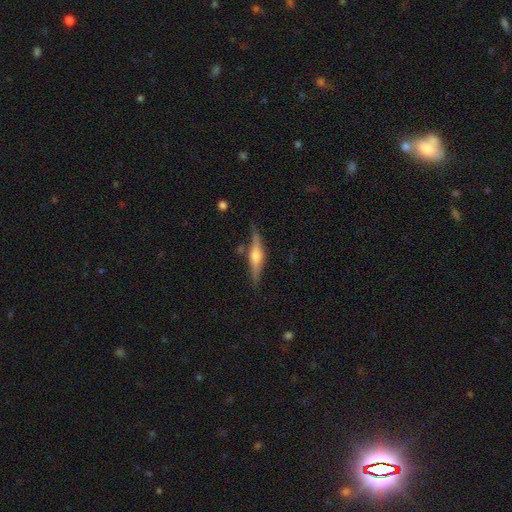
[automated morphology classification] Smooth or featured? featured or disk (67%)
Edge-on disk? yes (96%)
Edge-on bulge? rounded (86%)
Merging? none (78%)